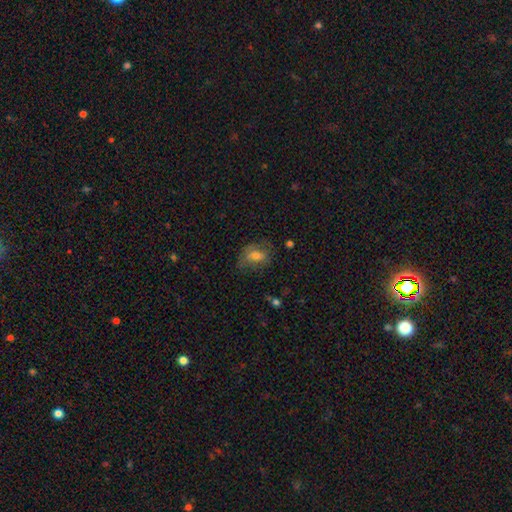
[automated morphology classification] Q: Smooth or featured?
A: smooth (58%); runner-up: featured or disk (32%)
Q: How rounded?
A: in between (68%); runner-up: round (30%)
Q: Merging?
A: none (58%); runner-up: minor disturbance (25%)